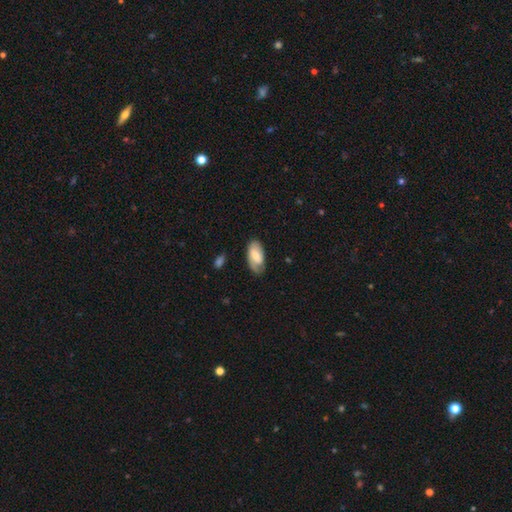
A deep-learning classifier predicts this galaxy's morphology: Q: Smooth or featured?
A: smooth (62%); runner-up: featured or disk (32%)
Q: How rounded?
A: in between (93%); runner-up: cigar-shaped (4%)
Q: Merging?
A: none (61%); runner-up: minor disturbance (29%)